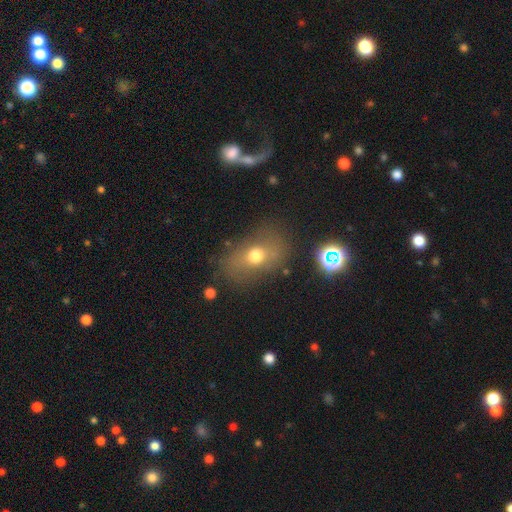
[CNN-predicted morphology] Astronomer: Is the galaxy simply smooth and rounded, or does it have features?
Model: smooth — 61%.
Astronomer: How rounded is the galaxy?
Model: in between — 71%.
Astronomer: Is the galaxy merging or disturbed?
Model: none — 73%.